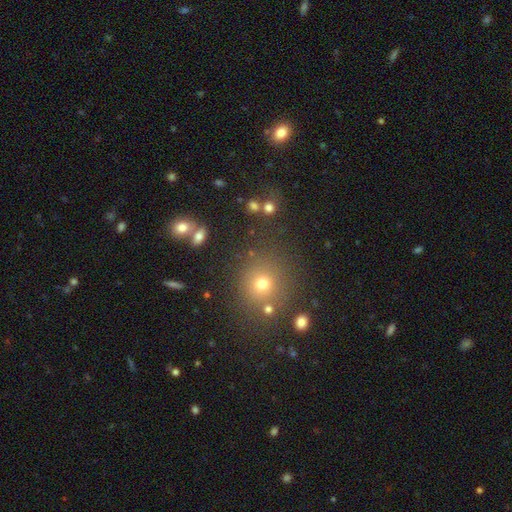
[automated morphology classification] smooth 57%, star or artifact 34%, featured or disk 9%. Down the decision tree: how rounded — round (87%); merging — none (82%).